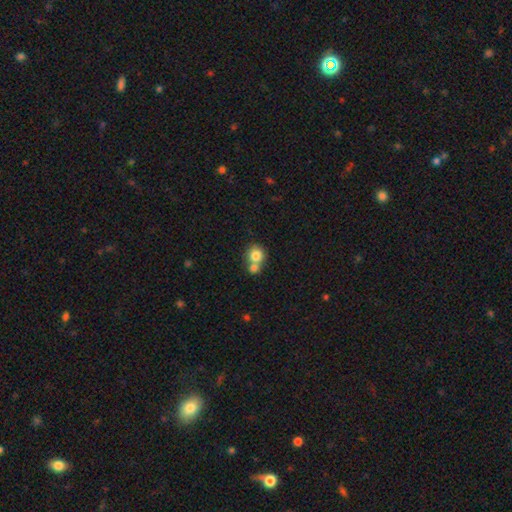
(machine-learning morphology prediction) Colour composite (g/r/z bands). It shows a smooth galaxy with no disk features (80%) that is round (85%). Merging: merger (50%).